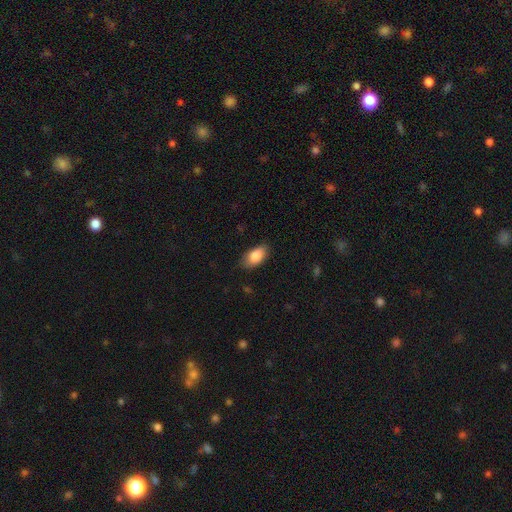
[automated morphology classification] This is clearly a smooth galaxy (85%). How rounded: clearly in between (92%). Merging: likely none (78%).